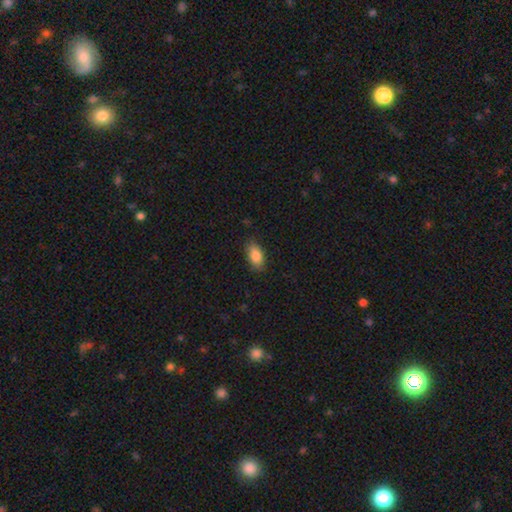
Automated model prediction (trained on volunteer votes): Smooth or featured? smooth (87%)
How rounded? in between (91%)
Merging? none (84%)